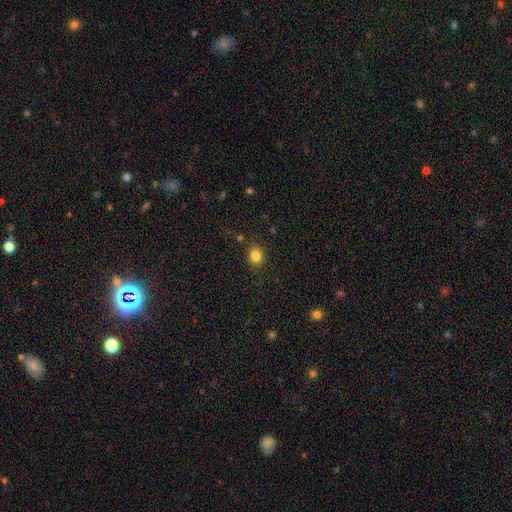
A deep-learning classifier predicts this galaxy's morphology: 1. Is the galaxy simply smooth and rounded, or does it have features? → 83% smooth, 11% star or artifact, 5% featured or disk.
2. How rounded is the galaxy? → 64% round, 35% in between, 1% cigar-shaped.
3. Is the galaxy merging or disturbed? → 85% none, 10% minor disturbance, 3% major disturbance, 3% merger.